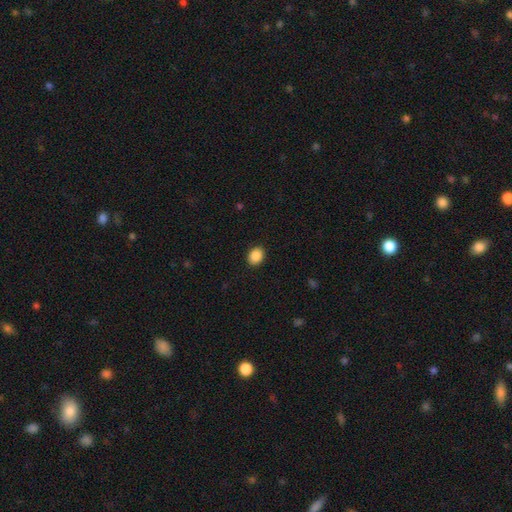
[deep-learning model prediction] smooth_or_featured: smooth (p=0.89) [alt: star or artifact p=0.08]
how_rounded: in between (p=0.53) [alt: round p=0.46]
merging: none (p=0.90) [alt: minor disturbance p=0.07]